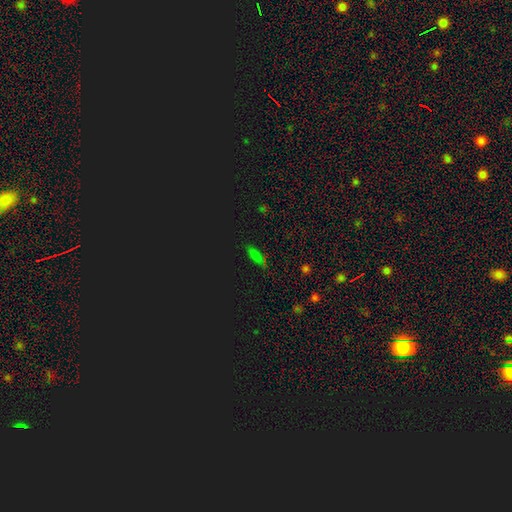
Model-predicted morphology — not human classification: Overall: smooth (48%; star or artifact 44%). Merging: none (72%).